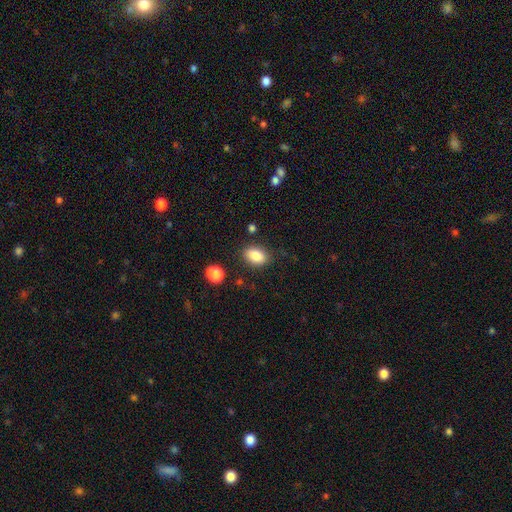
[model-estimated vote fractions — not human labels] smooth 85%, star or artifact 9%, featured or disk 6%. Down the decision tree: how rounded — in between (83%); merging — none (81%).